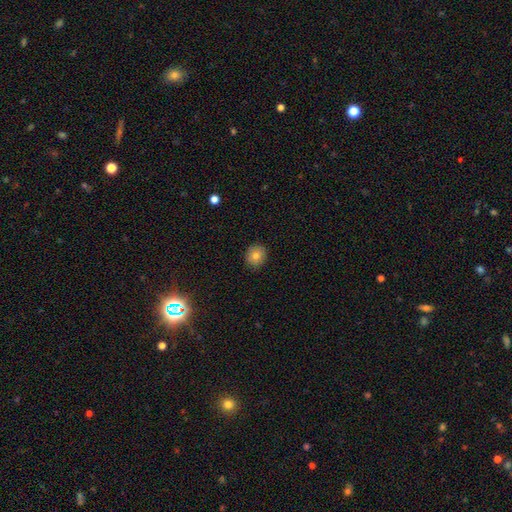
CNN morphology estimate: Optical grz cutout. It shows a smooth galaxy with no disk features (80%) that is round (85%). Merging: none (90%).